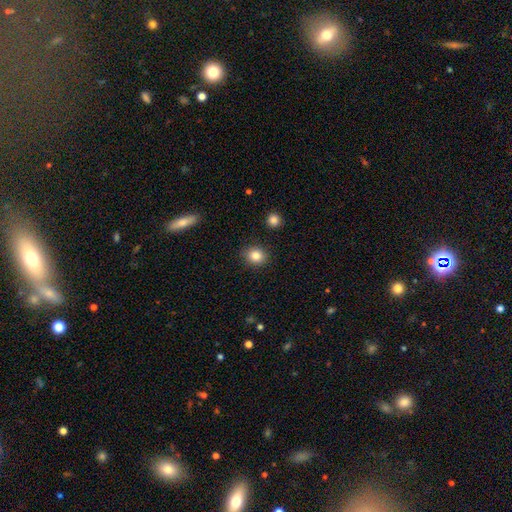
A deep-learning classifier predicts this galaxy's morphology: Smooth or featured?
  - smooth: 84% *
  - star or artifact: 10%
  - featured or disk: 6%
How rounded?
  - round: 70% *
  - in between: 29%
  - cigar-shaped: 1%
Merging?
  - none: 89% *
  - minor disturbance: 7%
  - major disturbance: 2%
  - merger: 2%